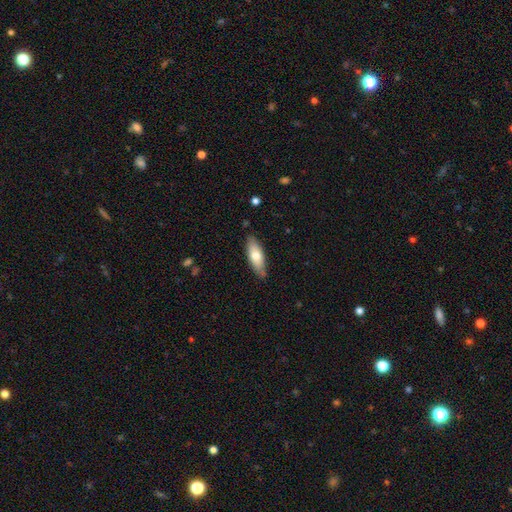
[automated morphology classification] smooth_or_featured: smooth (p=0.68) [alt: featured or disk p=0.26]
how_rounded: in between (p=0.64) [alt: cigar-shaped p=0.34]
merging: none (p=0.80) [alt: minor disturbance p=0.16]